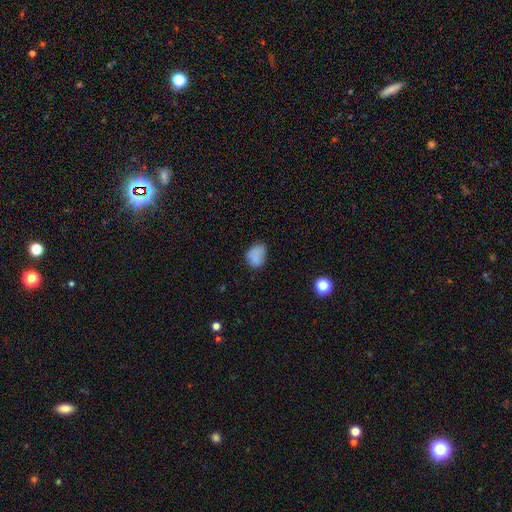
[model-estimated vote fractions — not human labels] Smooth or featured?
  - smooth: 77% *
  - featured or disk: 11%
  - star or artifact: 11%
How rounded?
  - in between: 62% *
  - round: 37%
  - cigar-shaped: 1%
Merging?
  - none: 55% *
  - minor disturbance: 28%
  - major disturbance: 9%
  - merger: 8%